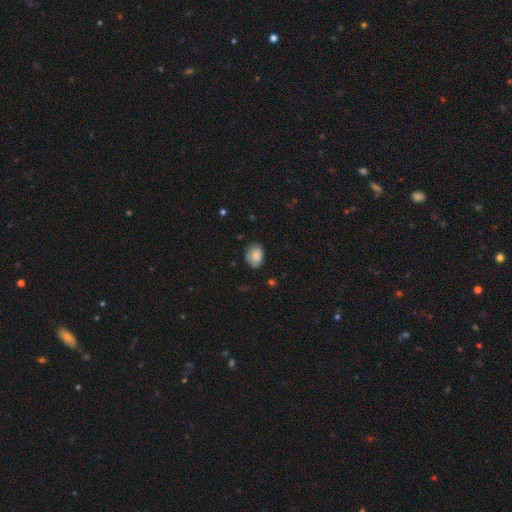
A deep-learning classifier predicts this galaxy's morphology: The model was most divided on "how rounded": in between: 67%, round: 32%, cigar-shaped: 1%. More confident: smooth or featured — smooth (77%); merging — none (63%).